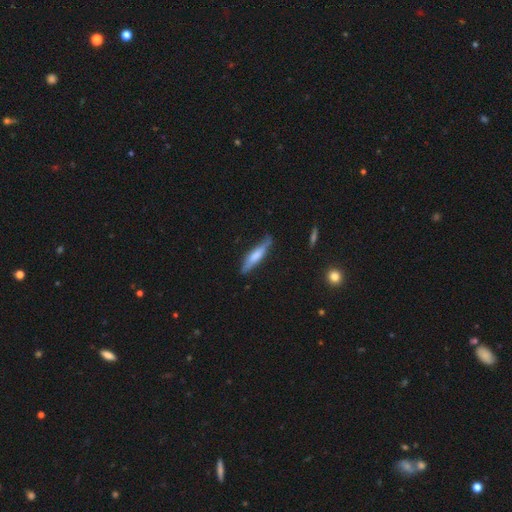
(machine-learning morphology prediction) A smooth galaxy with no disk features (55%) that is cigar-shaped (84%).

Vote fractions:
- Smooth or featured? smooth: 55% / featured or disk: 40% / star or artifact: 6%
- How rounded? cigar-shaped: 84% / in between: 14% / round: 1%
- Merging? none: 76% / minor disturbance: 18% / major disturbance: 3% / merger: 2%